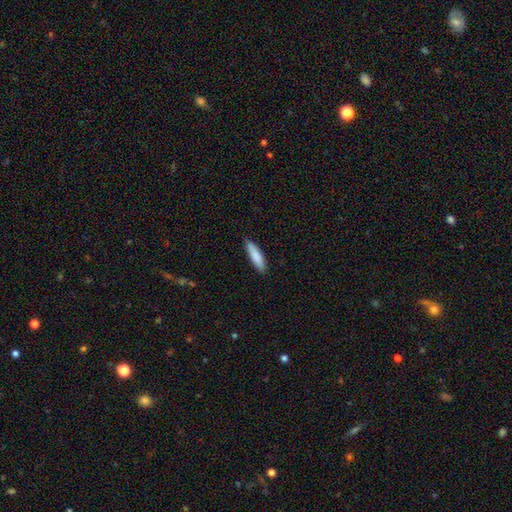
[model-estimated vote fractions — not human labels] The model was most divided on "how rounded": cigar-shaped: 75%, in between: 23%, round: 1%. More confident: merging — none (87%); smooth or featured — smooth (84%).